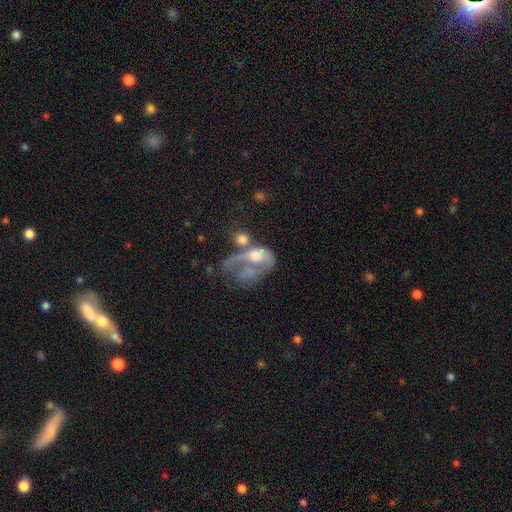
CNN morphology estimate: Smooth or featured: featured or disk — 49% (smooth — 40%)
Merging: merger — 40% (major disturbance — 37%)